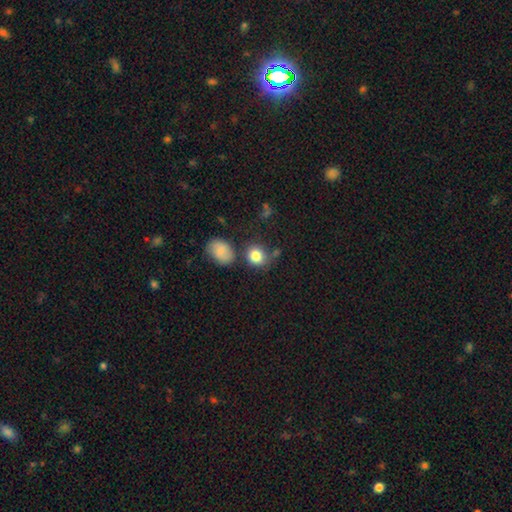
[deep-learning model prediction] Morphology: type=smooth (82%); roundness=round (64%); merging=none (69%).